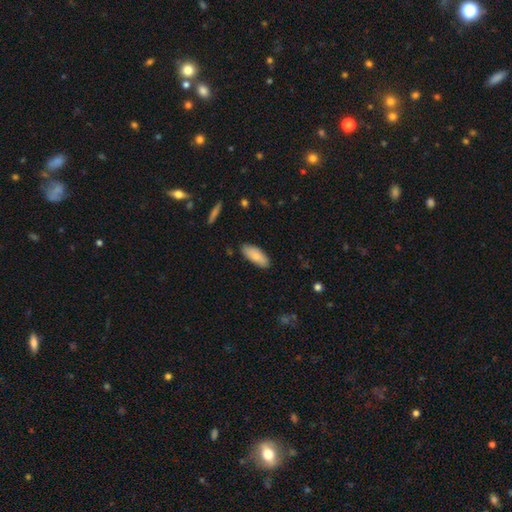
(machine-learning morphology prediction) Smooth or featured? Predicted: smooth (p=0.83). How rounded? Predicted: in between (p=0.79). Merging? Predicted: none (p=0.83).